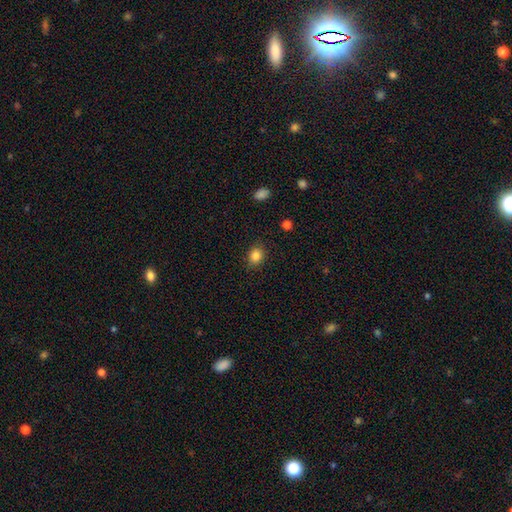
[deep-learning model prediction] smooth-or-featured: smooth: 84% | star or artifact: 11% | featured or disk: 5%
  how-rounded: round: 58% | in between: 41% | cigar-shaped: 1%
  merging: none: 87% | minor disturbance: 10% | major disturbance: 3% | merger: 1%